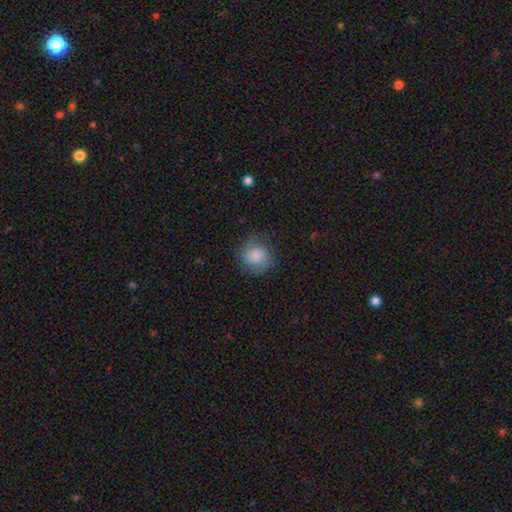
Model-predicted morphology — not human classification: Overall: smooth (68%). How rounded: round (85%). Merging: none (74%).